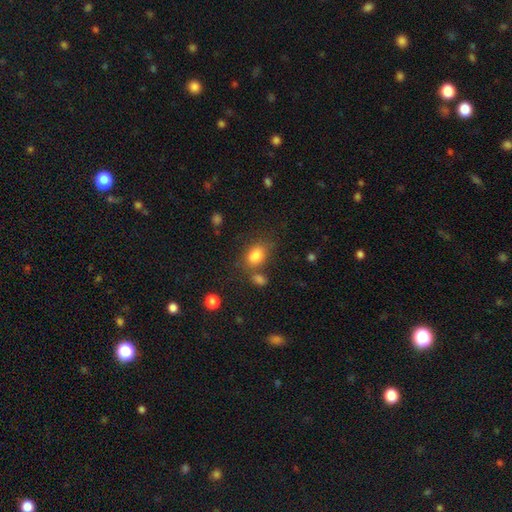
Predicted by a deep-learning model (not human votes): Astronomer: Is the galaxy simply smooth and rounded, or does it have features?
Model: smooth — 82%.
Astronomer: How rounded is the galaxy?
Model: in between — 72%.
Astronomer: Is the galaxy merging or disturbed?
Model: none — 61%.